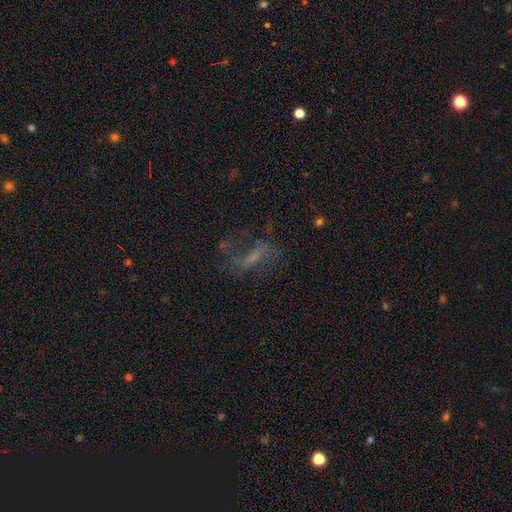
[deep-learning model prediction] Smooth or featured?
  - featured or disk: 62% *
  - smooth: 19%
  - star or artifact: 19%
Edge-on disk?
  - no: 92% *
  - yes: 8%
Bar?
  - weak: 42% *
  - no: 31%
  - strong: 27%
Spiral arms?
  - yes: 73% *
  - no: 27%
Bulge size?
  - none: 43% *
  - small: 37%
  - moderate: 15%
  - large: 3%
  - dominant: 1%
Merging?
  - none: 53% *
  - major disturbance: 26%
  - minor disturbance: 18%
  - merger: 4%